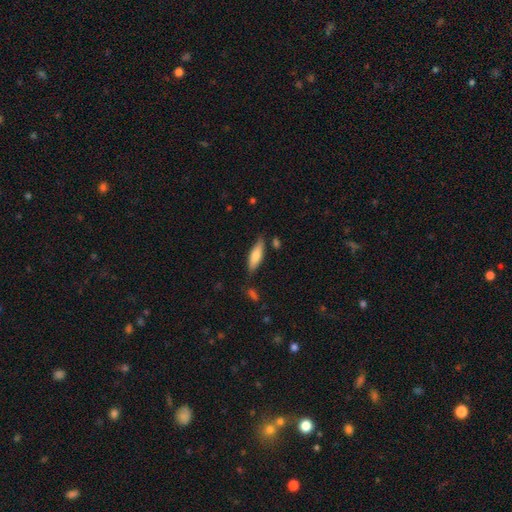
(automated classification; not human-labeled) Morphology: type=smooth (71%); roundness=cigar-shaped (52%); merging=none (76%).